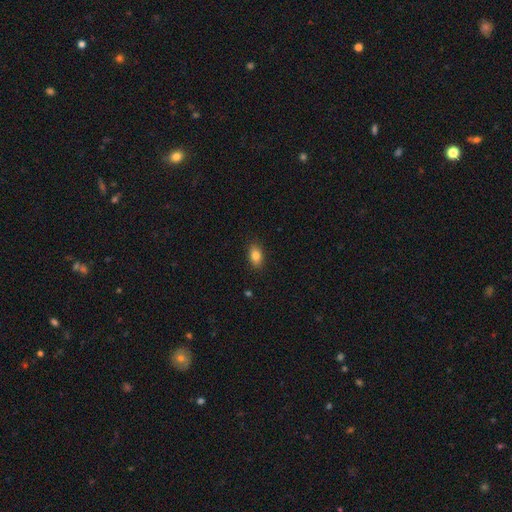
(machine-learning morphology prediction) Smooth or featured? Predicted: smooth (p=0.83). How rounded? Predicted: in between (p=0.87). Merging? Predicted: none (p=0.88).